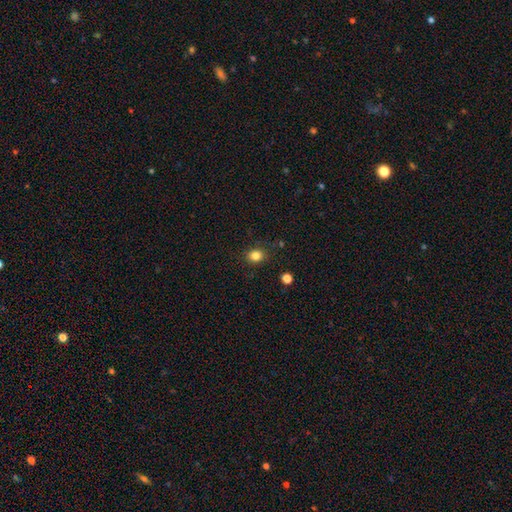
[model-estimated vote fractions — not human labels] Smooth or featured? smooth (83%)
How rounded? round (67%)
Merging? none (84%)